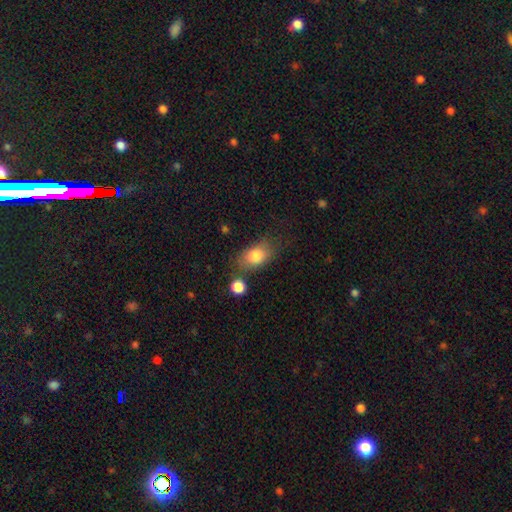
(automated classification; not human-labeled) smooth 81%, featured or disk 11%, star or artifact 8%. Down the decision tree: how rounded — in between (82%); merging — none (65%).